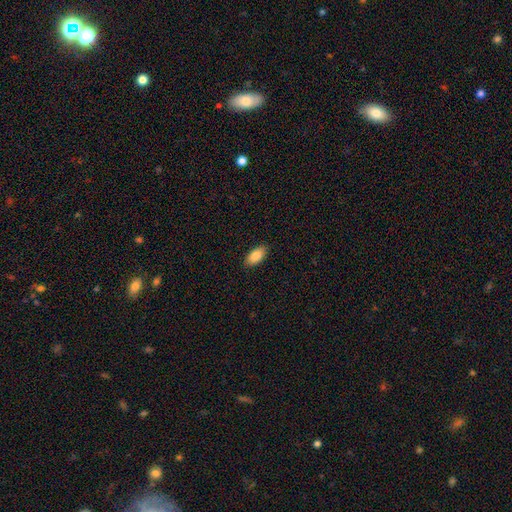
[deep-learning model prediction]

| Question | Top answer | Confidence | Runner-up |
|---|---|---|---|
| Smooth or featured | smooth | 88% | star or artifact (6%) |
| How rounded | in between | 92% | cigar-shaped (6%) |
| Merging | none | 88% | minor disturbance (9%) |